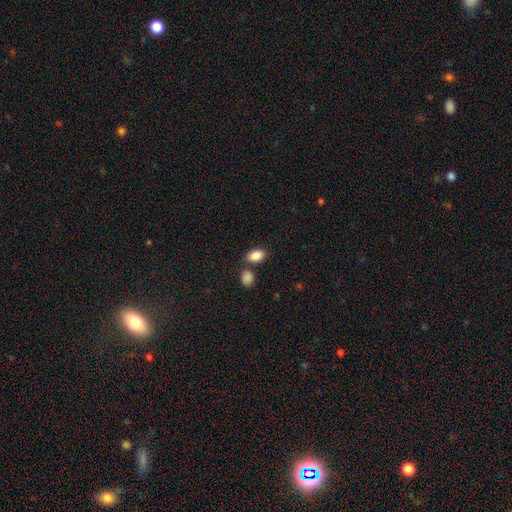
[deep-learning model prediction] The model was most divided on "merging": none: 66%, merger: 19%, minor disturbance: 12%, major disturbance: 3%. More confident: smooth or featured — smooth (87%); how rounded — in between (86%).